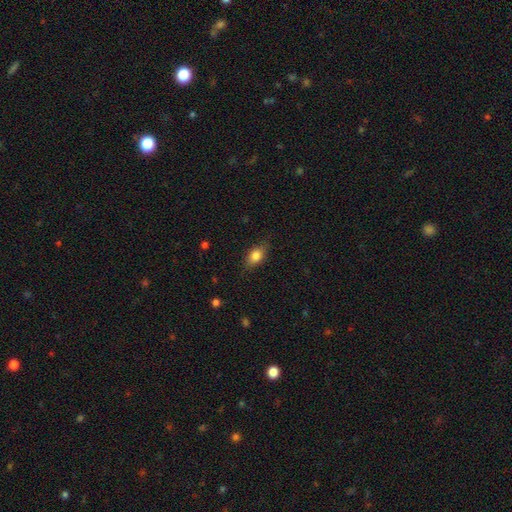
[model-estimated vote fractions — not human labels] A smooth galaxy with no disk features (79%) that is in between round and cigar-shaped (80%).

Vote fractions:
- Smooth or featured? smooth: 79% / featured or disk: 12% / star or artifact: 8%
- How rounded? in between: 80% / round: 14% / cigar-shaped: 6%
- Merging? none: 79% / minor disturbance: 17% / major disturbance: 4% / merger: 1%